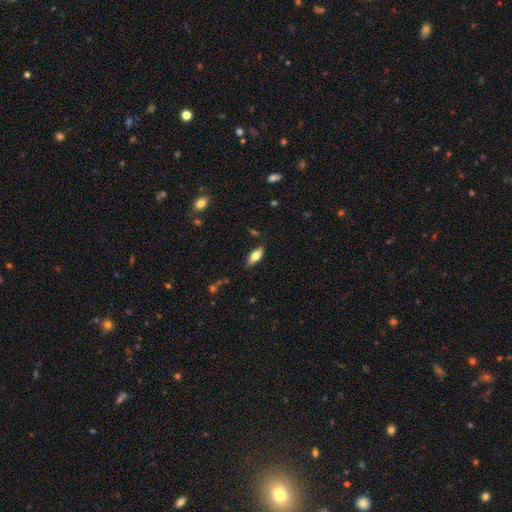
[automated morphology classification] This appears to be a smooth galaxy with no disk features (69%) that is in between round and cigar-shaped (78%). Merging: none (83%).